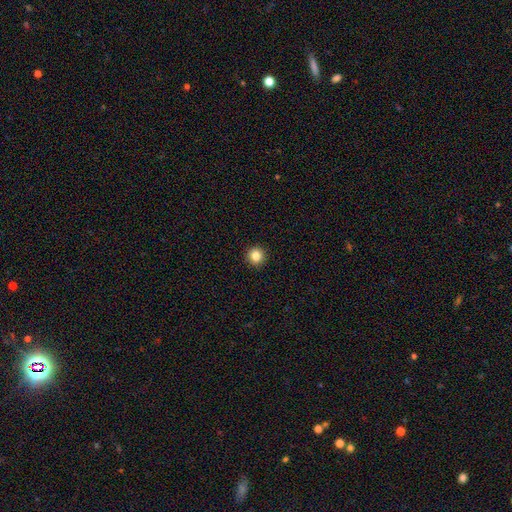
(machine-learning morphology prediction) Smooth or featured? Predicted: smooth (p=0.84). How rounded? Predicted: round (p=0.95). Merging? Predicted: none (p=0.94).